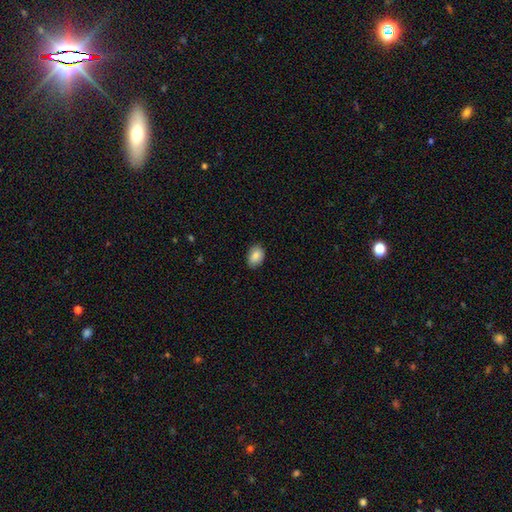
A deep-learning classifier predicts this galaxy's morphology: Overall: smooth (86%). How rounded: in between (77%). Merging: none (85%).